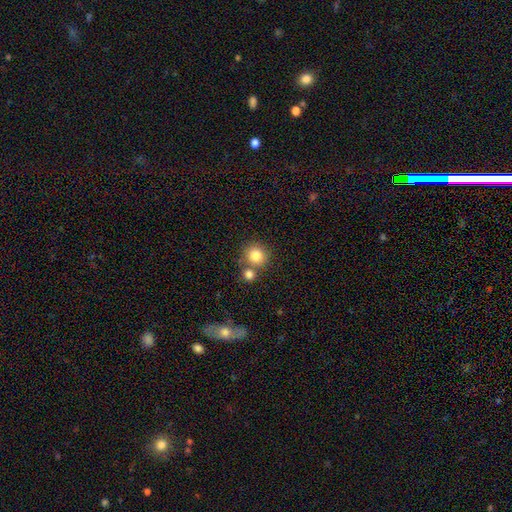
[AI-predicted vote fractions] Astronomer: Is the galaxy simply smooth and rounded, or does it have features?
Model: smooth — 83%.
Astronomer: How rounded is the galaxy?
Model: round — 90%.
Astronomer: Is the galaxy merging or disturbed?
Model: none — 65%.